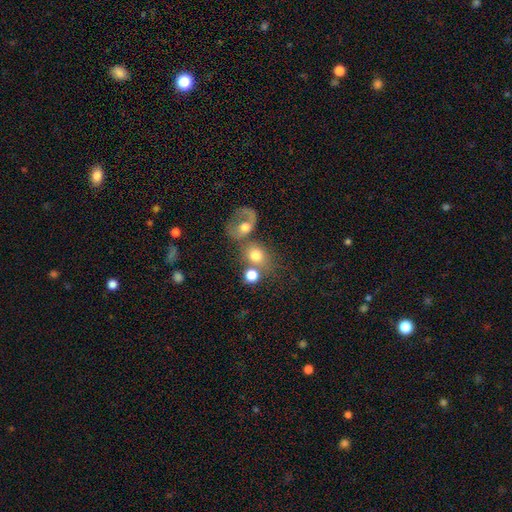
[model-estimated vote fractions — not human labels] Smooth or featured?
  - smooth: 71% *
  - featured or disk: 17%
  - star or artifact: 13%
How rounded?
  - round: 69% *
  - in between: 30%
  - cigar-shaped: 1%
Merging?
  - merger: 40% * (tied)
  - none: 40% * (tied)
  - minor disturbance: 10%
  - major disturbance: 10%